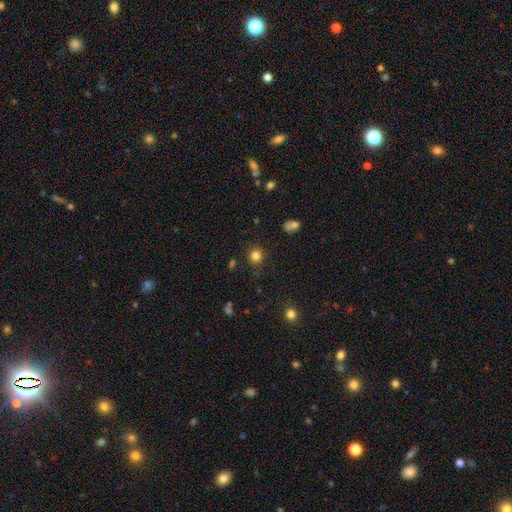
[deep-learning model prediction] Smooth or featured? smooth (82%)
How rounded? round (87%)
Merging? none (87%)